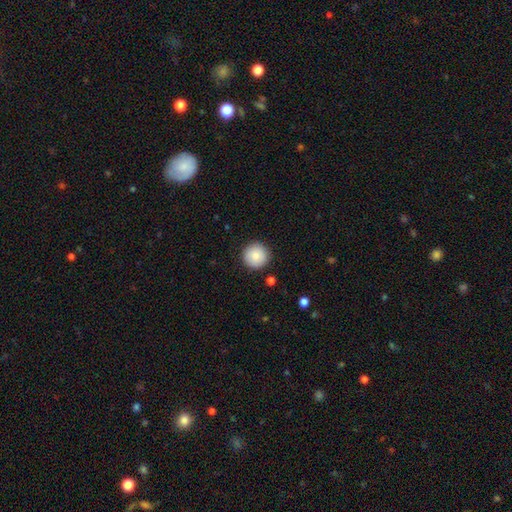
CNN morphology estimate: type=smooth (86%); roundness=round (96%); merging=none (92%).